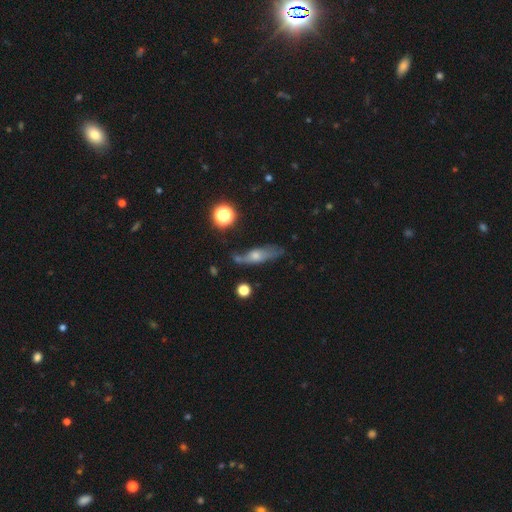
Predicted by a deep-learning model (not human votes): Morphology: type=smooth (45%); merging=none (57%).